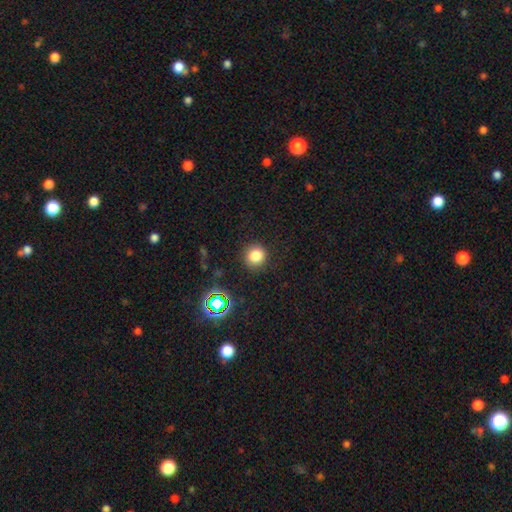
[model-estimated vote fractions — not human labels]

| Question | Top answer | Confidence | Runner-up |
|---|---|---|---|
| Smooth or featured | smooth | 79% | star or artifact (16%) |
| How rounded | round | 90% | in between (9%) |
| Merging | none | 88% | minor disturbance (8%) |